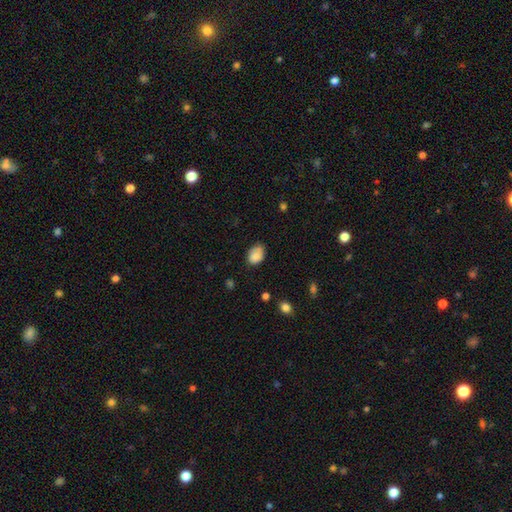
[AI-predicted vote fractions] A smooth galaxy with no disk features (83%) that is in between round and cigar-shaped (81%). Merging: none (61%).